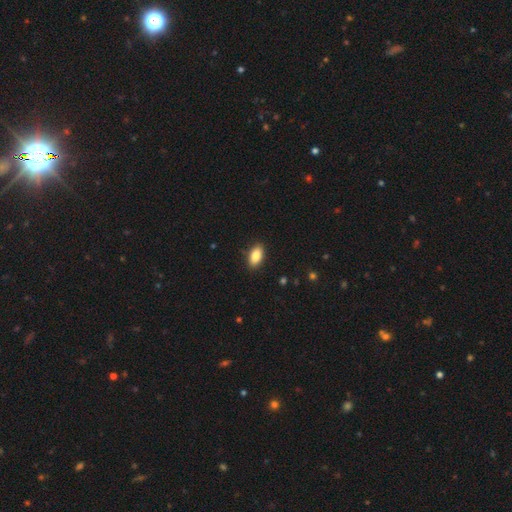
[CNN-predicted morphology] A smooth galaxy with no disk features (86%) that is in between round and cigar-shaped (91%). Merging: none (88%).